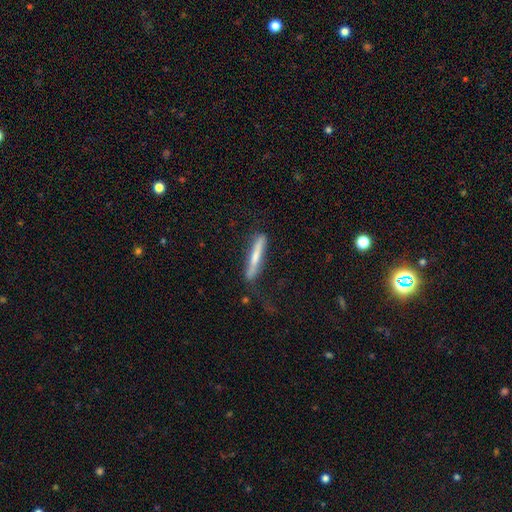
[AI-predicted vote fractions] A smooth galaxy with no disk features (53%) that is cigar-shaped (94%).

Vote fractions:
- Smooth or featured? smooth: 53% / featured or disk: 41% / star or artifact: 6%
- How rounded? cigar-shaped: 94% / in between: 4% / round: 1%
- Merging? none: 74% / minor disturbance: 17% / major disturbance: 6% / merger: 2%